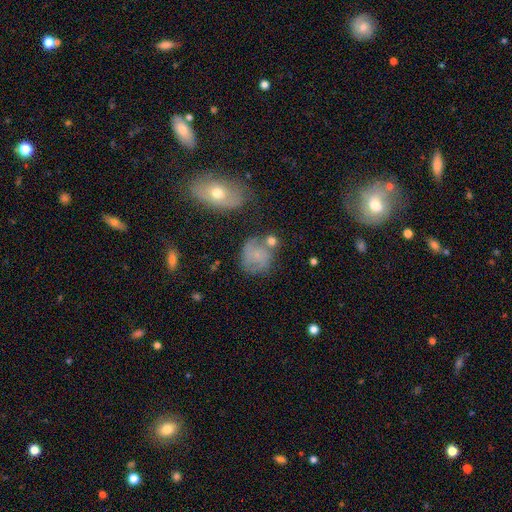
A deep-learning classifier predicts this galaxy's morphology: Overall: featured or disk (46%; smooth 43%). Merging: none (54%; minor disturbance 22%).